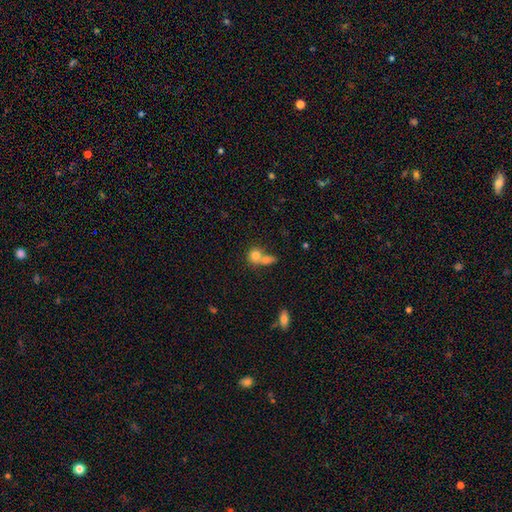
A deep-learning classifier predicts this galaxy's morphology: This appears to be a smooth galaxy with no disk features (77%) that is round (70%). Merging: merger (62%).